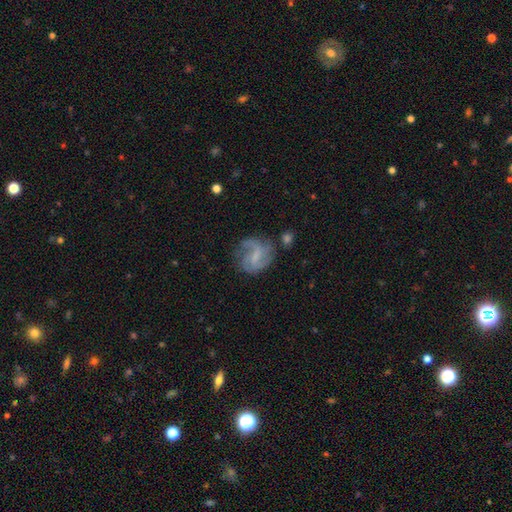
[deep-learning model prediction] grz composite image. It shows a featured or disk galaxy (70%) with a weak bar (54%), 2 (48%) medium (43%) spiral arms (87%) and no central bulge (39%, tied with small). Merging: none (54%).